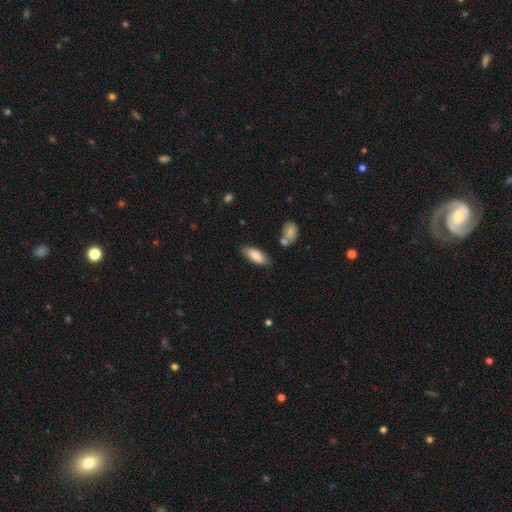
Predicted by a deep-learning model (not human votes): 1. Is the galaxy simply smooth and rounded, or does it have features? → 83% smooth, 11% featured or disk, 6% star or artifact.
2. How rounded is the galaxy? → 77% in between, 21% cigar-shaped, 2% round.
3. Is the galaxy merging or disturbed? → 78% none, 15% minor disturbance, 5% merger, 3% major disturbance.